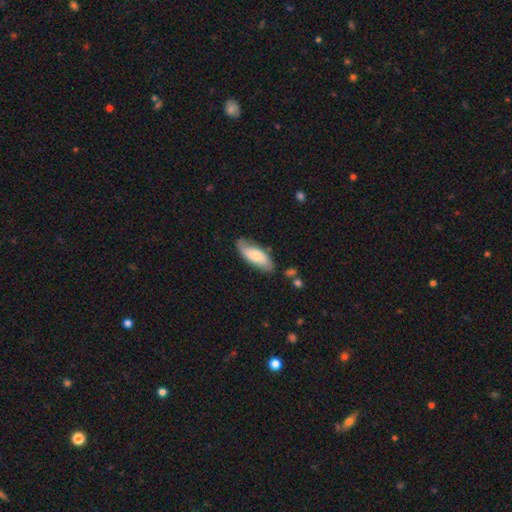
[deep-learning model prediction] Smooth or featured?
  - smooth: 58% *
  - featured or disk: 36%
  - star or artifact: 6%
How rounded?
  - in between: 76% *
  - cigar-shaped: 22%
  - round: 2%
Merging?
  - none: 72% *
  - minor disturbance: 21%
  - major disturbance: 5%
  - merger: 3%